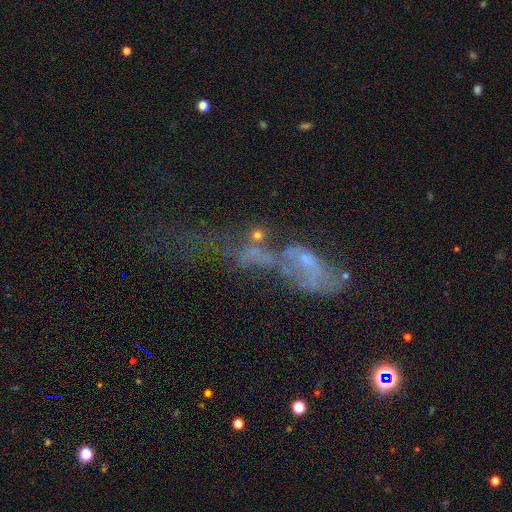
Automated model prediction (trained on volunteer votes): featured or disk 51%, smooth 27%, star or artifact 22%. Down the decision tree: edge-on disk — no (90%); merging — merger (47%).